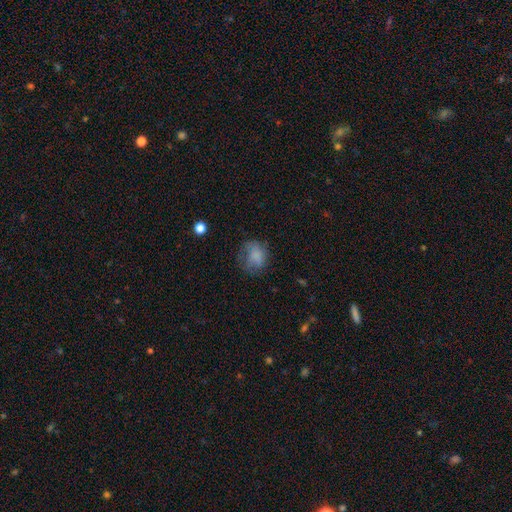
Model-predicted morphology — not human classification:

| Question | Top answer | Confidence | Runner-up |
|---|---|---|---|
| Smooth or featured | smooth | 73% | featured or disk (16%) |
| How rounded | round | 61% | in between (38%) |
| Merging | none | 55% | minor disturbance (25%) |